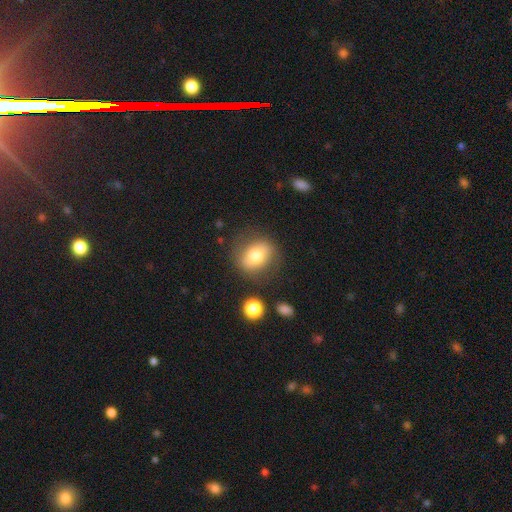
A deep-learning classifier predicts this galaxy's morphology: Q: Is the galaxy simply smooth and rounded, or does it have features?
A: smooth — 69%.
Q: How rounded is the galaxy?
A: round — 58%.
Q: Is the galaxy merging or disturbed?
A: none — 76%.